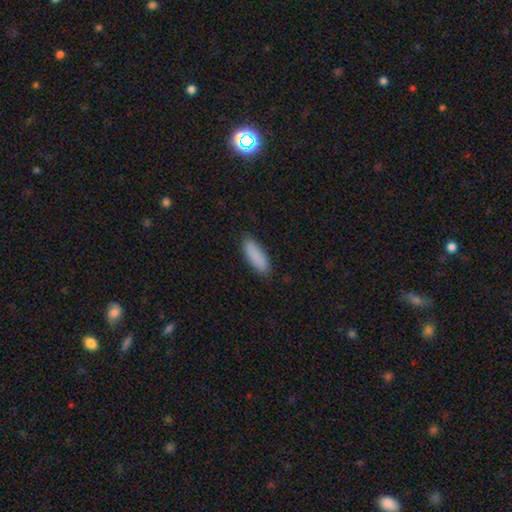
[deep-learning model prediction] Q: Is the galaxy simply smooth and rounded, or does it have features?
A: smooth — 89%.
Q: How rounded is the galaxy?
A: in between — 55%.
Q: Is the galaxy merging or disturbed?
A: none — 86%.